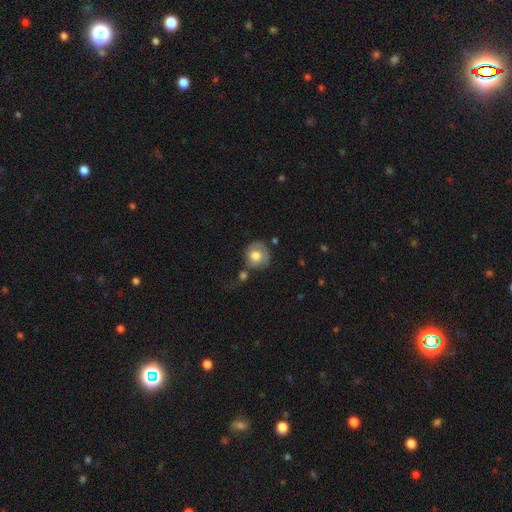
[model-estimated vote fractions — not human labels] smooth_or_featured: smooth (p=0.71) [alt: featured or disk p=0.22]
how_rounded: round (p=0.85) [alt: in between p=0.14]
merging: none (p=0.57) [alt: minor disturbance p=0.23]